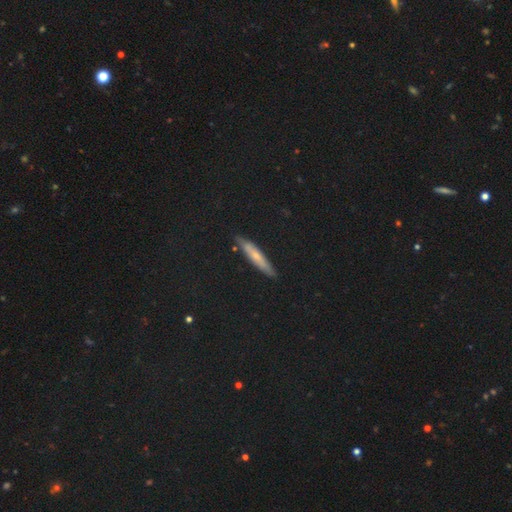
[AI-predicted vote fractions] Smooth or featured? smooth (51%)
How rounded? cigar-shaped (82%)
Merging? none (85%)